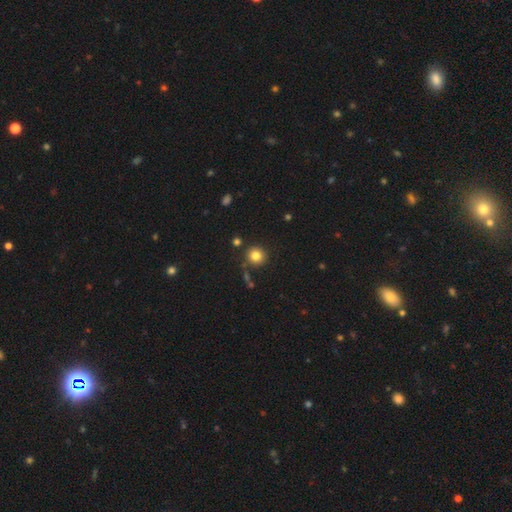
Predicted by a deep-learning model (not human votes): This is clearly a smooth galaxy (81%). How rounded: clearly round (92%). Merging: clearly none (84%).